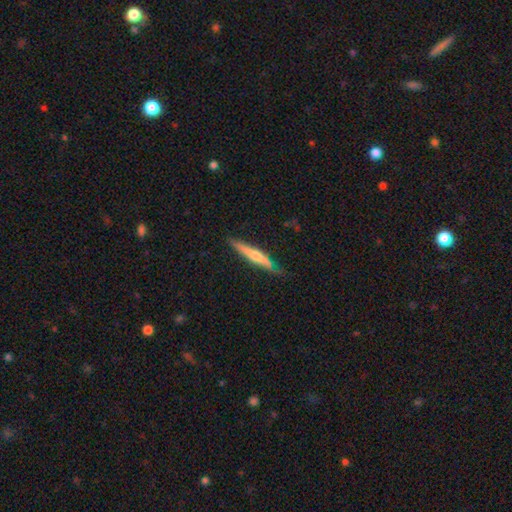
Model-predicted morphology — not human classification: type=featured or disk (51%); edge-on=yes (93%); merging=none (75%).